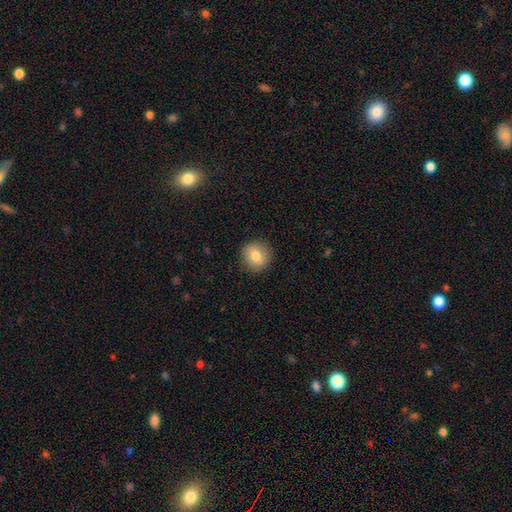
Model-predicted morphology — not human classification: This appears to be a smooth galaxy with no disk features (78%) that is round (88%). Merging: none (89%).